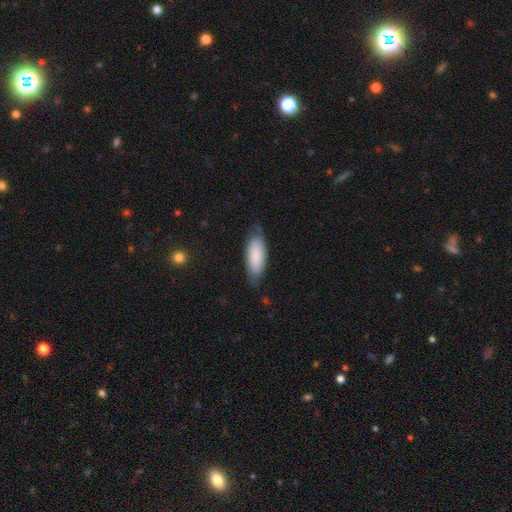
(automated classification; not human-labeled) Smooth or featured: smooth — 84% (featured or disk — 10%)
How rounded: in between — 81% (cigar-shaped — 18%)
Merging: none — 68% (minor disturbance — 26%)